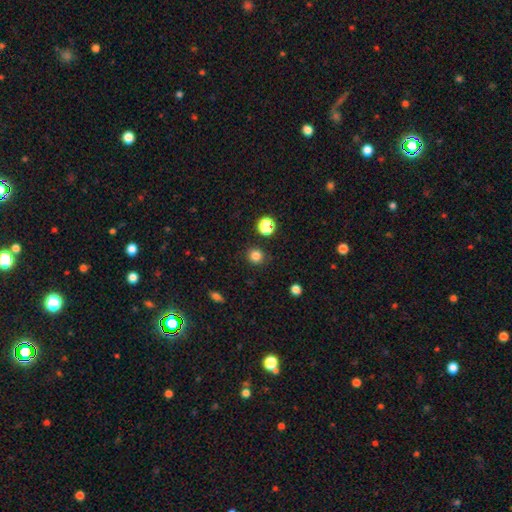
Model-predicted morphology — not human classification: Smooth or featured? smooth (82%)
How rounded? round (92%)
Merging? none (88%)